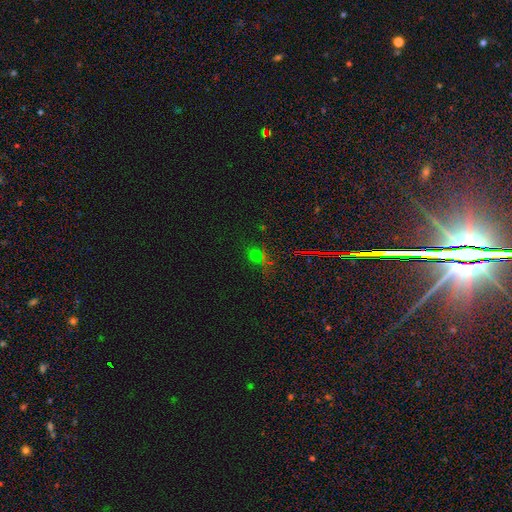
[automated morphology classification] Smooth or featured?
  - star or artifact: 54% *
  - smooth: 37%
  - featured or disk: 9%